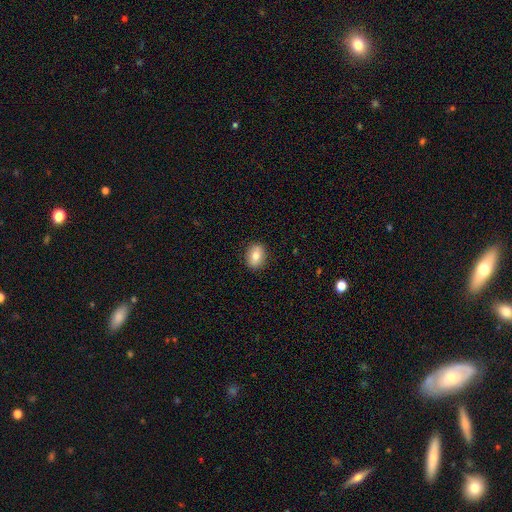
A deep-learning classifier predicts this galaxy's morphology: This appears to be a smooth galaxy with no disk features (78%) that is in between round and cigar-shaped (64%). Merging: none (89%).